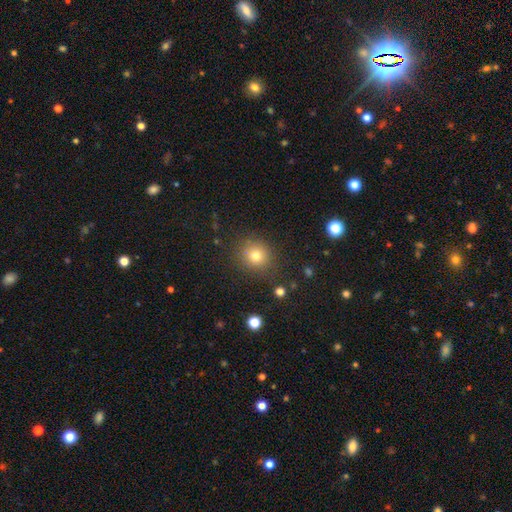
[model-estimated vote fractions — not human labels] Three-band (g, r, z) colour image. It shows a smooth galaxy with no disk features (77%) that is round (87%). Merging: none (85%).